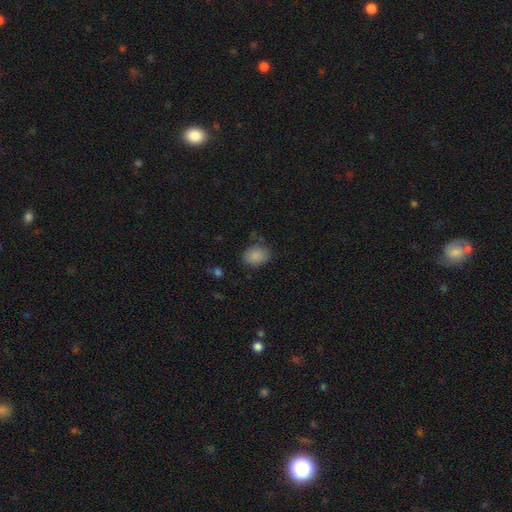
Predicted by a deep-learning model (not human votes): This appears to be a smooth galaxy with no disk features (87%) that is in between round and cigar-shaped (64%). Merging: none (78%).